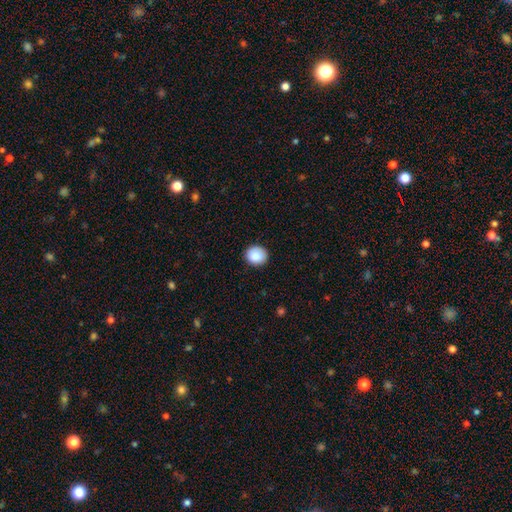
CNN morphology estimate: This is clearly a smooth galaxy (88%). How rounded: likely round (78%). Merging: clearly none (89%).